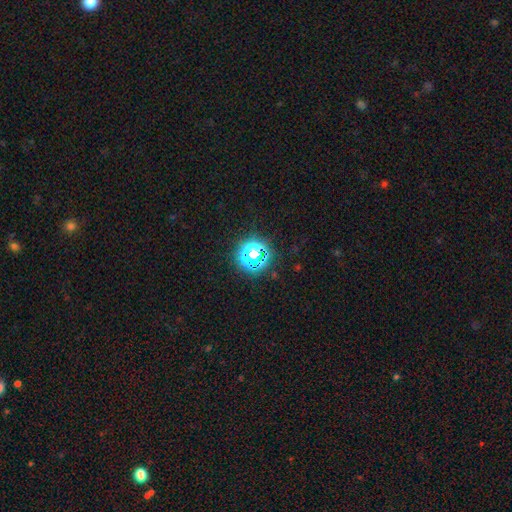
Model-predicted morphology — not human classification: This is likely a star or artifact rather than a galaxy (72%).